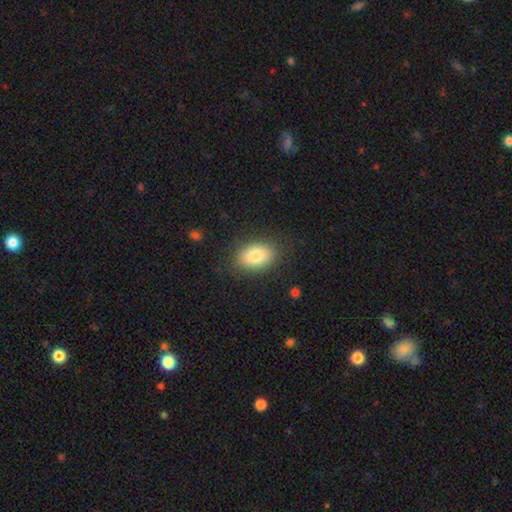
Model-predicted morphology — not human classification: A smooth galaxy with no disk features (83%) that is in between round and cigar-shaped (87%). Merging: none (84%).